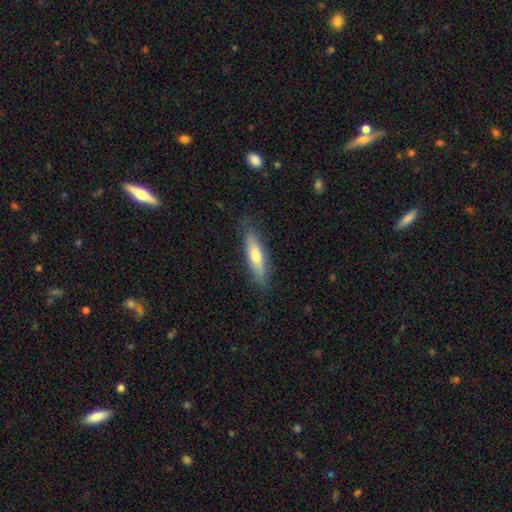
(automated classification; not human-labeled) A smooth galaxy with no disk features (60%) that is cigar-shaped (72%).

Vote fractions:
- Smooth or featured? smooth: 60% / featured or disk: 34% / star or artifact: 6%
- How rounded? cigar-shaped: 72% / in between: 26% / round: 2%
- Merging? none: 82% / minor disturbance: 14% / major disturbance: 3% / merger: 1%